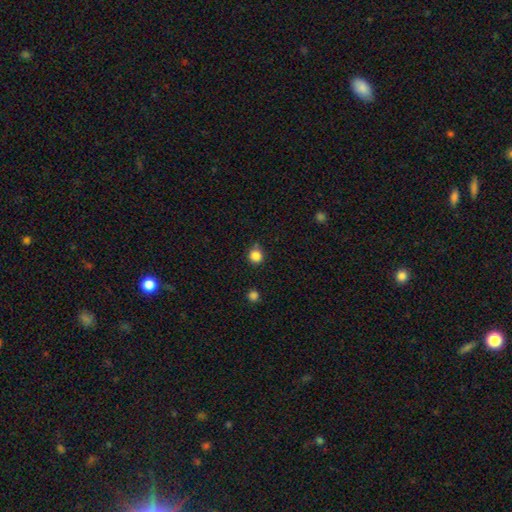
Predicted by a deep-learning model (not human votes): Morphology: type=smooth (85%); roundness=round (91%); merging=none (83%).